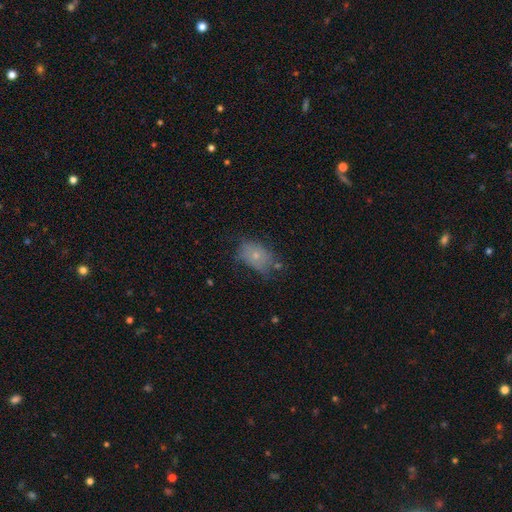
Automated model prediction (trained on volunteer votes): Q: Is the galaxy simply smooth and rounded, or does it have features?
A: smooth — 66%.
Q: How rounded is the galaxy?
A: in between — 78%.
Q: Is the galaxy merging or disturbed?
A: none — 53%.